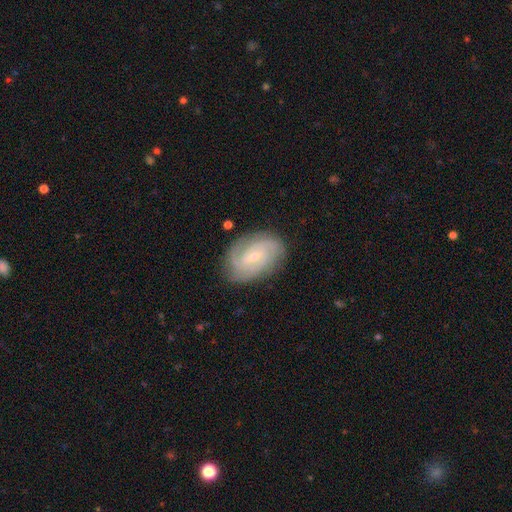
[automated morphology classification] featured or disk 84%, smooth 11%, star or artifact 6%. Down the decision tree: edge-on disk — no (96%); bar — no (49%); spiral arms — yes (96%); spiral arm count — 3 (30%, tied with 2); spiral winding — tight (67%); bulge size — small (65%); merging — none (82%).